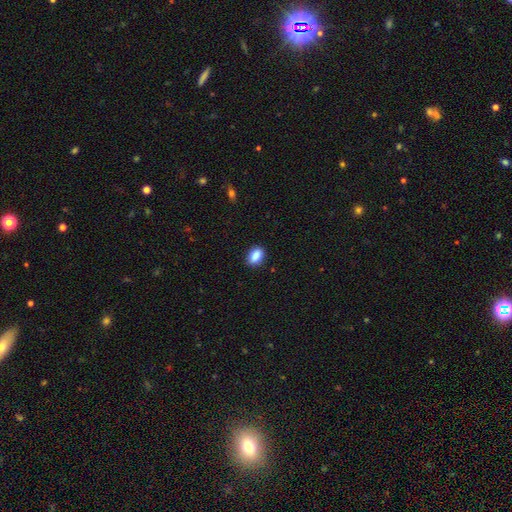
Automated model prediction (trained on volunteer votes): Smooth or featured: smooth — 88% (star or artifact — 8%)
How rounded: in between — 85% (round — 13%)
Merging: none — 88% (minor disturbance — 9%)